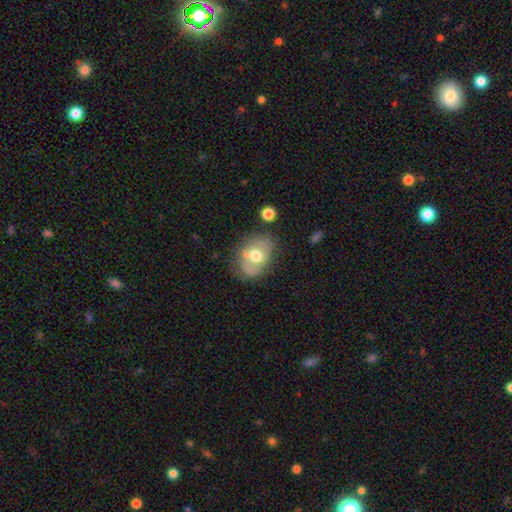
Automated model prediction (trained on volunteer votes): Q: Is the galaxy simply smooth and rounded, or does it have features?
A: smooth — 48%.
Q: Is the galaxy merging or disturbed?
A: none — 56%.